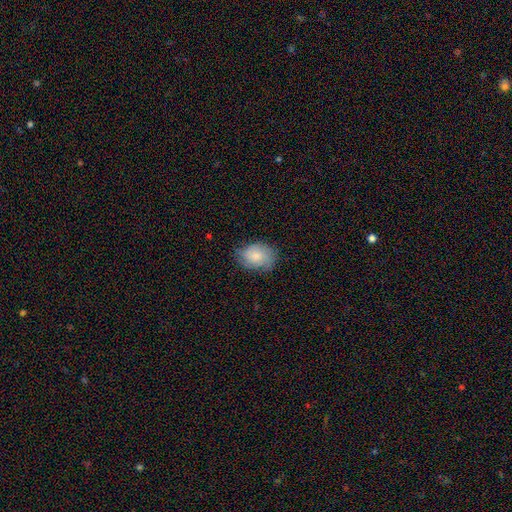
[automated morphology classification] smooth_or_featured: smooth (p=0.63) [alt: featured or disk p=0.29]
how_rounded: in between (p=0.70) [alt: round p=0.29]
merging: none (p=0.69) [alt: minor disturbance p=0.24]